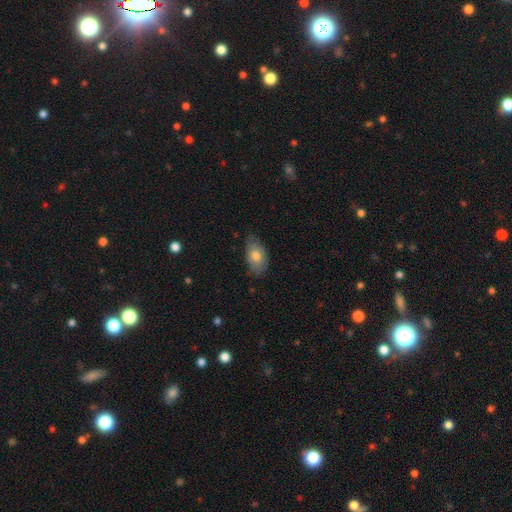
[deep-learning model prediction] Smooth or featured? Predicted: smooth (p=0.73). How rounded? Predicted: in between (p=0.91). Merging? Predicted: none (p=0.65).